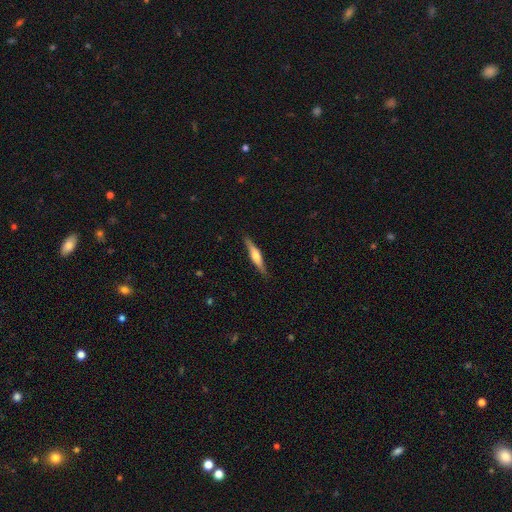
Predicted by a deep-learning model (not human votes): This is possibly a featured or disk galaxy (56%). It is clearly viewed edge-on (96%). Edge-on bulge: clearly rounded (85%). Merging: clearly none (88%).